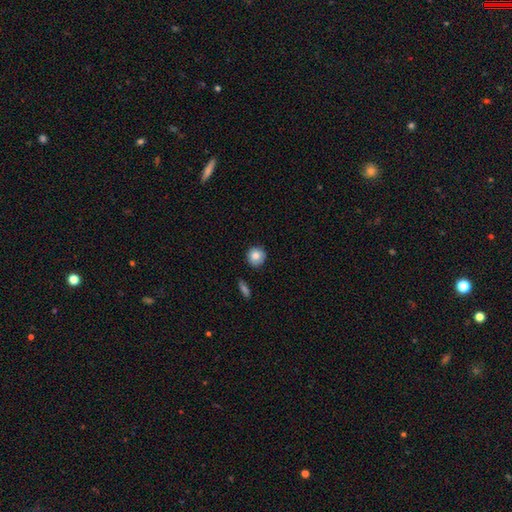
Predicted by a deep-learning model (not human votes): A smooth galaxy with no disk features (82%) that is round (92%). Merging: none (87%).